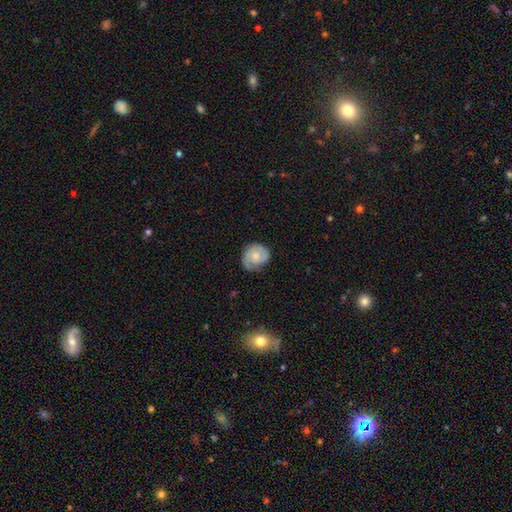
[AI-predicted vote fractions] The model was most divided on "bulge size": moderate: 46%, small: 38%, none: 9%, large: 6%, dominant: 1%. More confident: edge-on disk — no (98%); spiral arms — yes (87%); bar — no (70%); merging — none (62%); smooth or featured — featured or disk (55%).